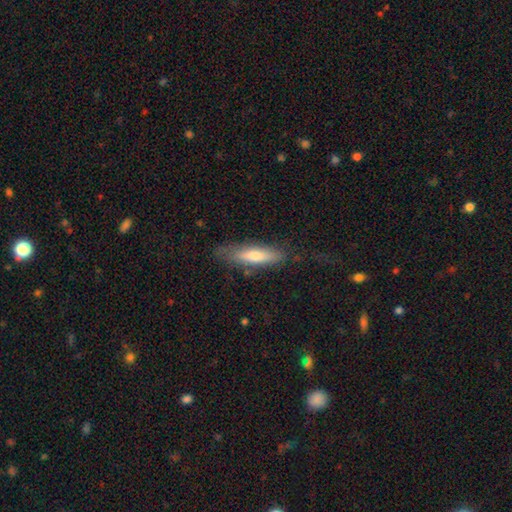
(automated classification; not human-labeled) The model was most divided on "smooth or featured": smooth: 65%, featured or disk: 29%, star or artifact: 6%. More confident: merging — none (72%); how rounded — cigar-shaped (71%).